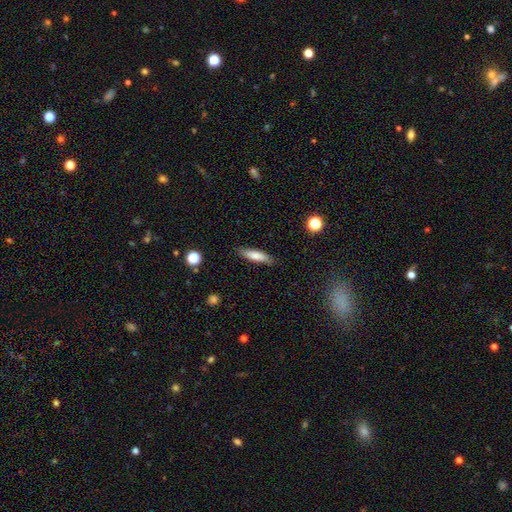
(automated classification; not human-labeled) A smooth galaxy with no disk features (76%) that is cigar-shaped (72%).

Vote fractions:
- Smooth or featured? smooth: 76% / featured or disk: 18% / star or artifact: 7%
- How rounded? cigar-shaped: 72% / in between: 27% / round: 2%
- Merging? none: 85% / minor disturbance: 12% / major disturbance: 2% / merger: 1%